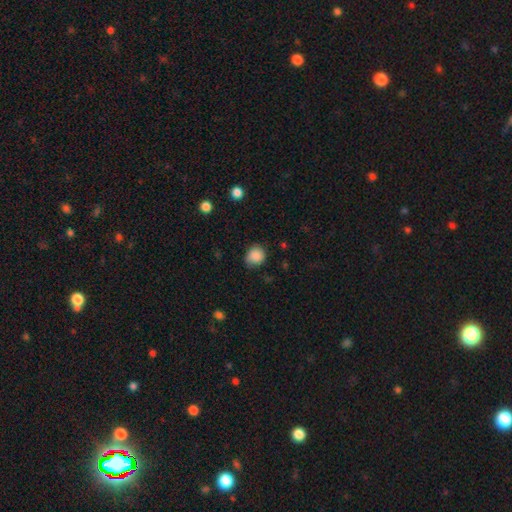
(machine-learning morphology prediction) smooth_or_featured: smooth (p=0.86) [alt: star or artifact p=0.09]
how_rounded: round (p=0.78) [alt: in between p=0.21]
merging: none (p=0.69) [alt: minor disturbance p=0.25]